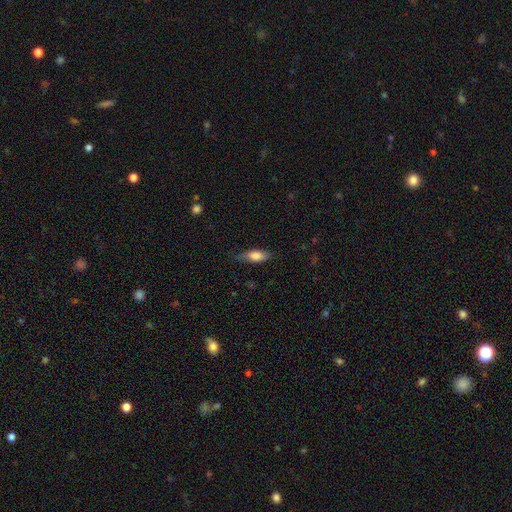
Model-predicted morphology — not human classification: This appears to be a smooth galaxy with no disk features (77%) that is in between round and cigar-shaped (72%). Merging: none (71%).